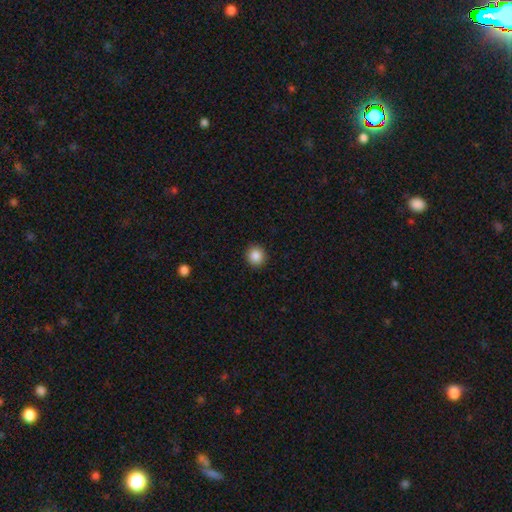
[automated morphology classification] Smooth or featured? smooth (87%)
How rounded? round (92%)
Merging? none (92%)